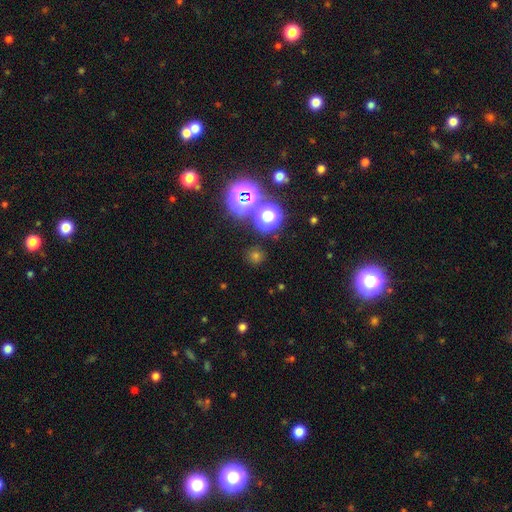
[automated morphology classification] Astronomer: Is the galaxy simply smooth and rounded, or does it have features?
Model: smooth — 51% (runner-up: star or artifact, 41%).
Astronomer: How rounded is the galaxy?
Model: round — 89%.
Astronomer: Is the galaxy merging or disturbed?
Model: none — 84%.